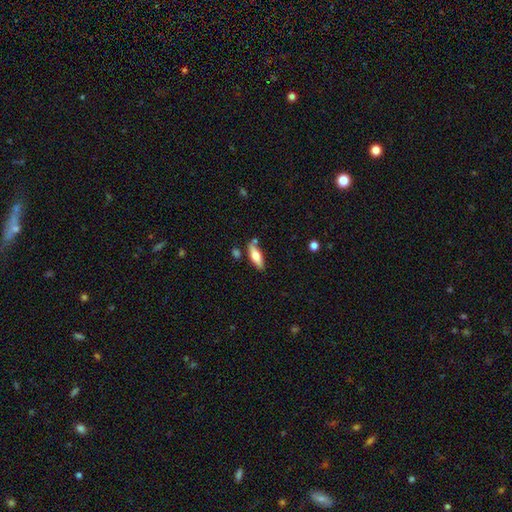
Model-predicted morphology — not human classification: The model was most divided on "how rounded": in between: 53%, cigar-shaped: 45%, round: 2%. More confident: merging — none (76%); smooth or featured — smooth (63%).